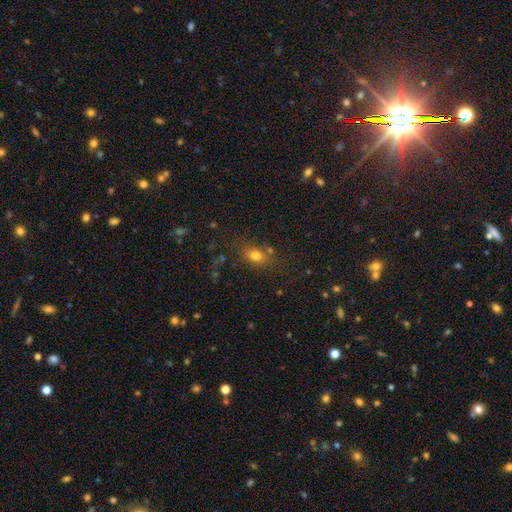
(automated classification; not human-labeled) Smooth or featured? smooth (75%)
How rounded? in between (66%)
Merging? none (71%)